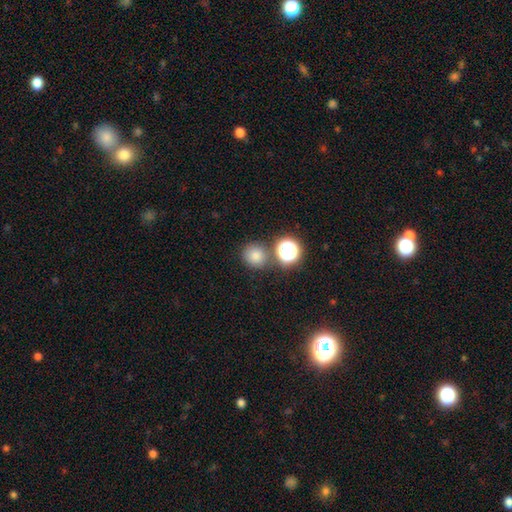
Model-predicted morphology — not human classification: Smooth or featured? smooth (78%)
How rounded? round (87%)
Merging? none (76%)